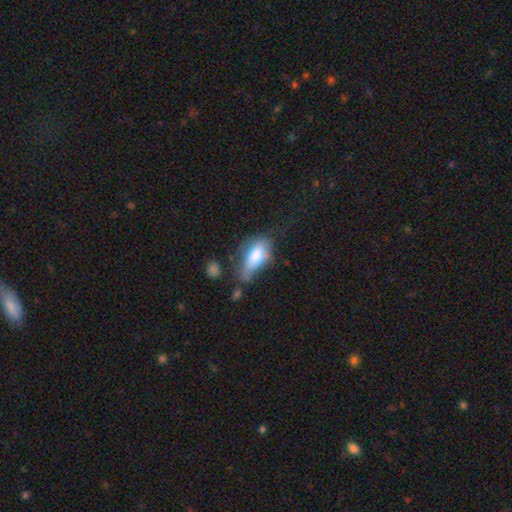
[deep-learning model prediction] Smooth or featured: smooth — 73% (featured or disk — 19%)
How rounded: in between — 88% (cigar-shaped — 7%)
Merging: minor disturbance — 34% (major disturbance — 30%)